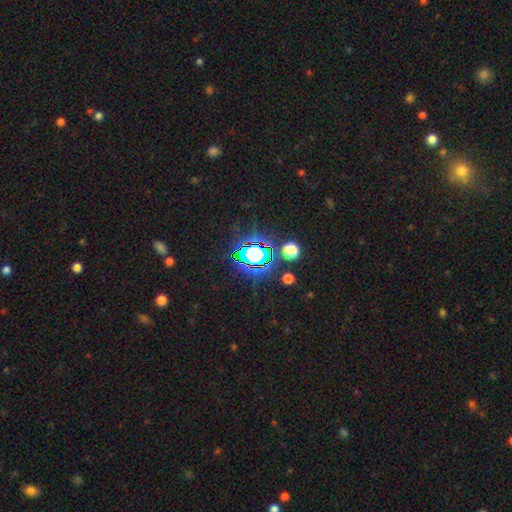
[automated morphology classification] The model was most divided on "smooth or featured": star or artifact: 68%, smooth: 20%, featured or disk: 12%.